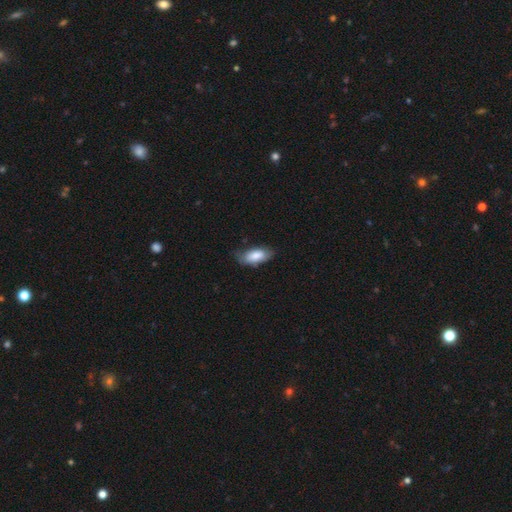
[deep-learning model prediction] Morphology: type=smooth (82%); roundness=in between (88%); merging=none (65%).